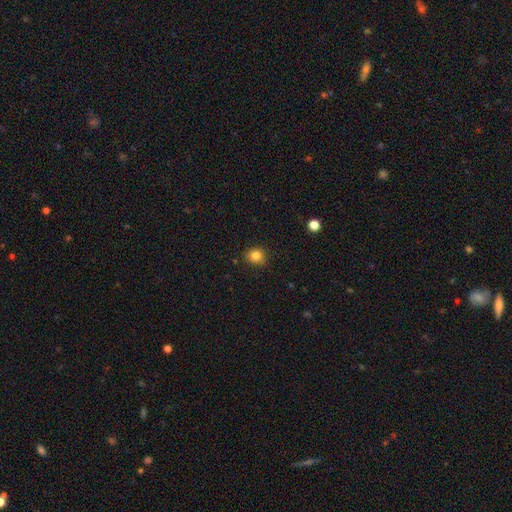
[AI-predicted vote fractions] A smooth galaxy with no disk features (83%) that is round (79%). Merging: none (82%).